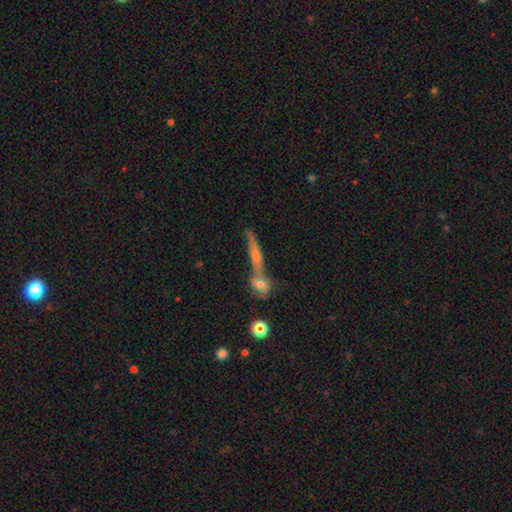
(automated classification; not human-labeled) smooth-or-featured: featured or disk: 47% | smooth: 36% | star or artifact: 17%
  merging: none: 48% | merger: 36% | minor disturbance: 9% | major disturbance: 6%